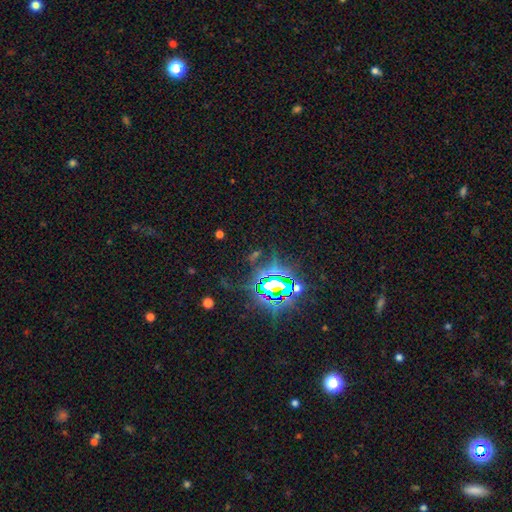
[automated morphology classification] Smooth or featured? Predicted: star or artifact (p=0.80).